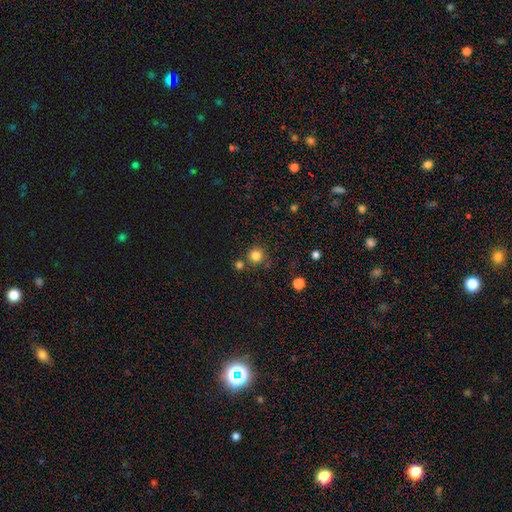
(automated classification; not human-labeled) The model was most divided on "merging": none: 78%, merger: 11%, minor disturbance: 8%, major disturbance: 3%. More confident: how rounded — round (94%); smooth or featured — smooth (81%).